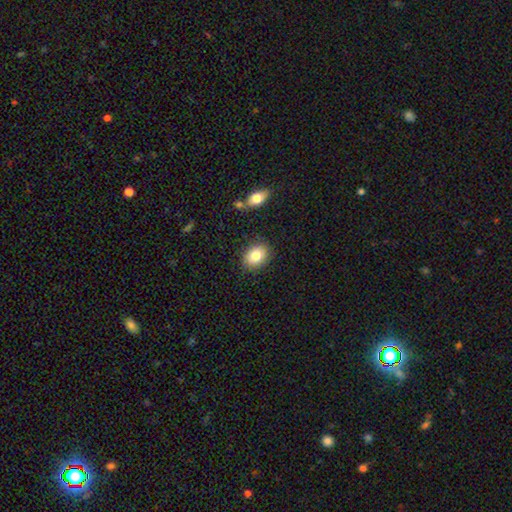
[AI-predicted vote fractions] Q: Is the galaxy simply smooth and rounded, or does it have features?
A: smooth — 83%.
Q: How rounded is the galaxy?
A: in between — 67%.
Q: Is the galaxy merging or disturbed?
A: none — 85%.